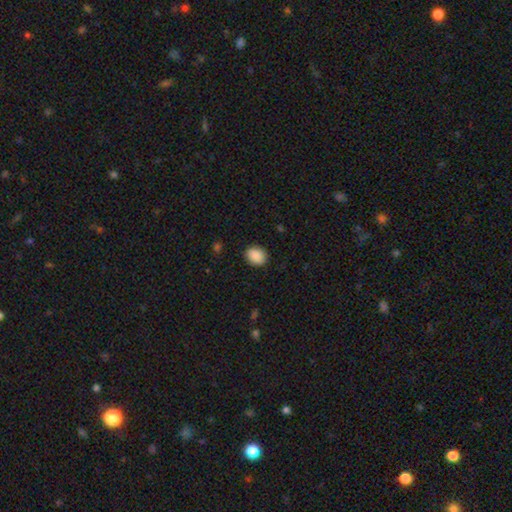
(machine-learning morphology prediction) smooth 89%, star or artifact 8%, featured or disk 3%. Down the decision tree: how rounded — in between (50%); merging — none (88%).